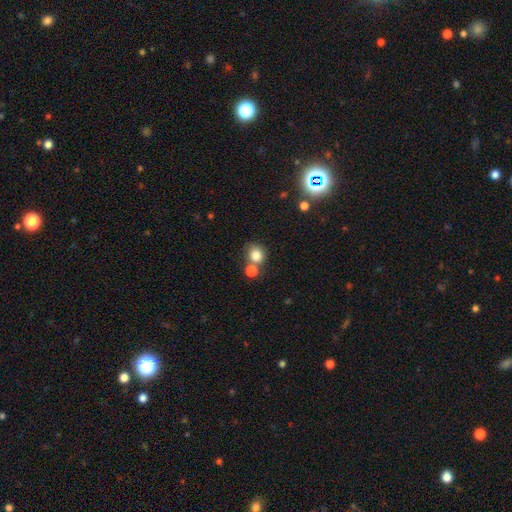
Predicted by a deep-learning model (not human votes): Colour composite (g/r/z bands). It shows a smooth galaxy with no disk features (80%) that is round (80%). Merging: none (51%).